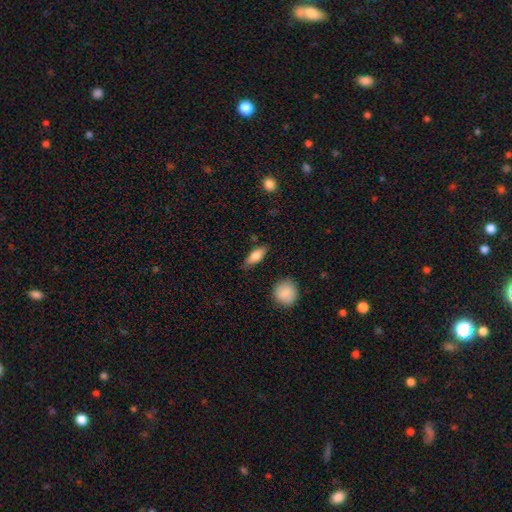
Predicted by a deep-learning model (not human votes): This is likely a smooth galaxy (79%). How rounded: likely in between (70%). Merging: clearly none (81%).